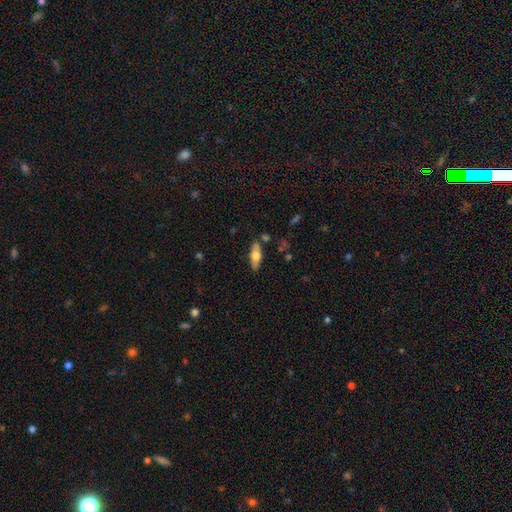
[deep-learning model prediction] This appears to be a smooth galaxy with no disk features (55%) that is in between round and cigar-shaped (63%). Merging: none (81%).